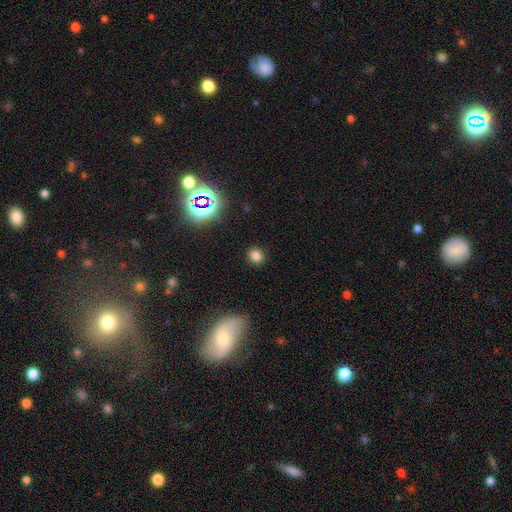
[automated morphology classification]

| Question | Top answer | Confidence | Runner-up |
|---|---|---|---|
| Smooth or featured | smooth | 78% | star or artifact (17%) |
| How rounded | round | 78% | in between (21%) |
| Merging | none | 89% | minor disturbance (7%) |